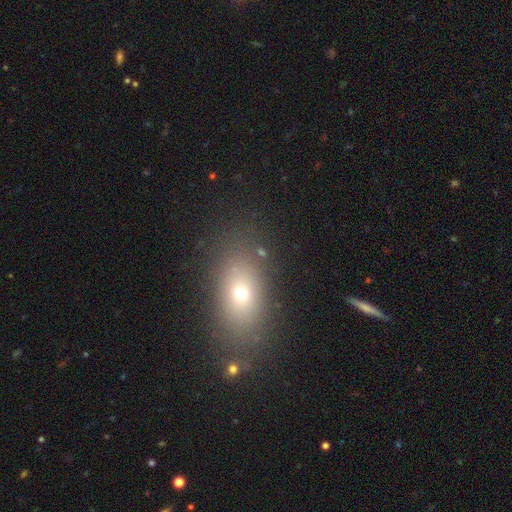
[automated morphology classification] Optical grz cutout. It shows a smooth galaxy with no disk features (63%) that is in between round and cigar-shaped (74%). Merging: none (81%).